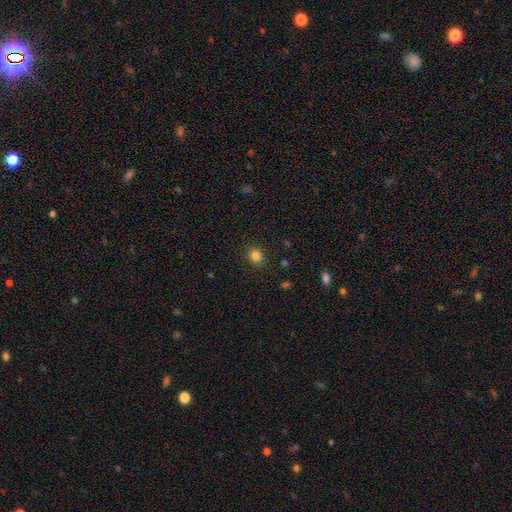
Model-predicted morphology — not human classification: Smooth or featured? smooth (83%)
How rounded? round (79%)
Merging? none (89%)